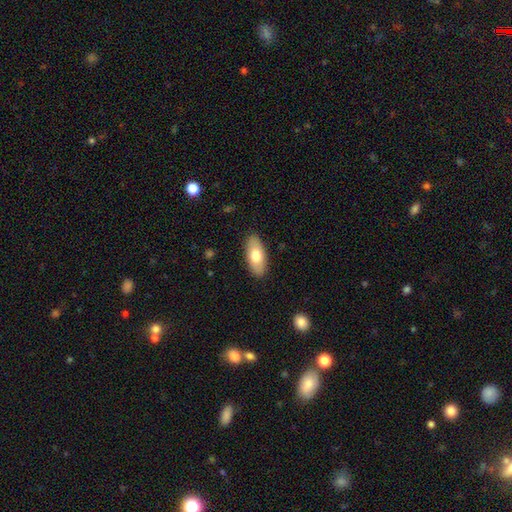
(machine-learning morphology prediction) smooth_or_featured: smooth (p=0.73) [alt: featured or disk p=0.21]
how_rounded: in between (p=0.88) [alt: cigar-shaped p=0.10]
merging: none (p=0.88) [alt: minor disturbance p=0.09]